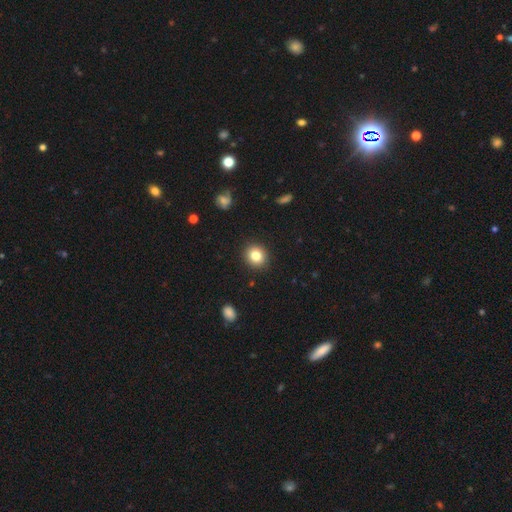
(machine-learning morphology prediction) Smooth or featured? Predicted: smooth (p=0.83). How rounded? Predicted: round (p=0.83). Merging? Predicted: none (p=0.91).